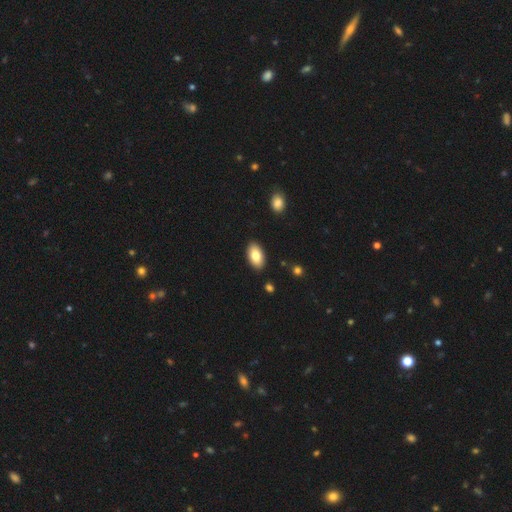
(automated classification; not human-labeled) Smooth or featured? smooth (83%)
How rounded? in between (95%)
Merging? none (89%)